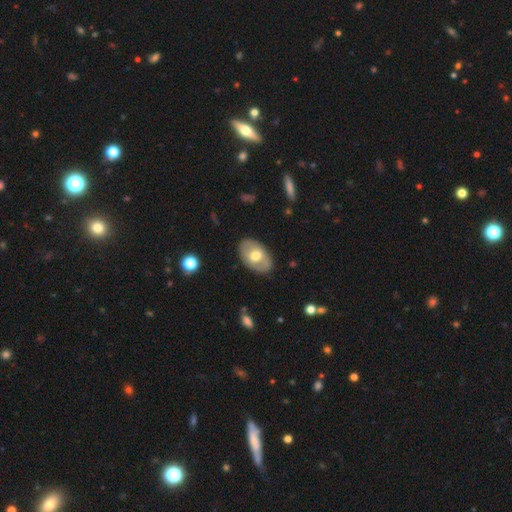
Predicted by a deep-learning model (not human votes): Smooth or featured? Predicted: smooth (p=0.53). How rounded? Predicted: in between (p=0.88). Merging? Predicted: none (p=0.84).